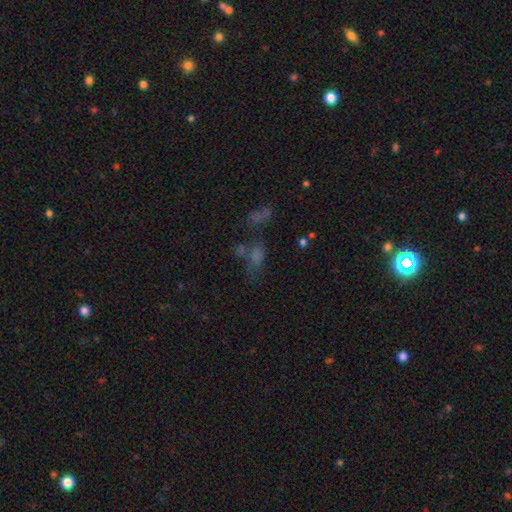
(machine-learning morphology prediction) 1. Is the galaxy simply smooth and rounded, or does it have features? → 48% smooth, 34% star or artifact, 19% featured or disk.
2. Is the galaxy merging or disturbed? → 42% none, 30% merger, 14% minor disturbance, 13% major disturbance.